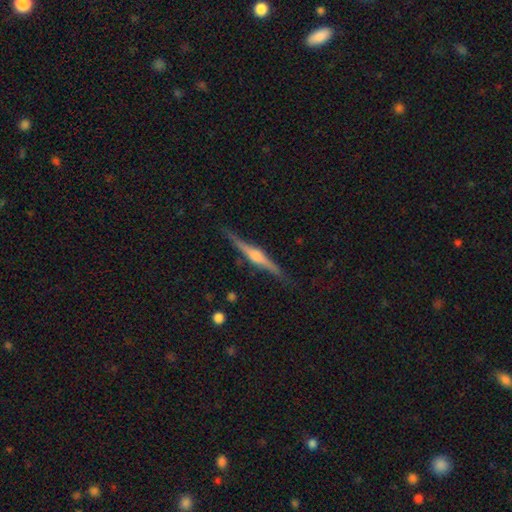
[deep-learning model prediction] Smooth or featured: featured or disk — 82% (smooth — 12%)
Edge-on disk: yes — 98% (no — 2%)
Edge-on bulge: rounded — 87% (boxy — 8%)
Merging: none — 87% (minor disturbance — 10%)